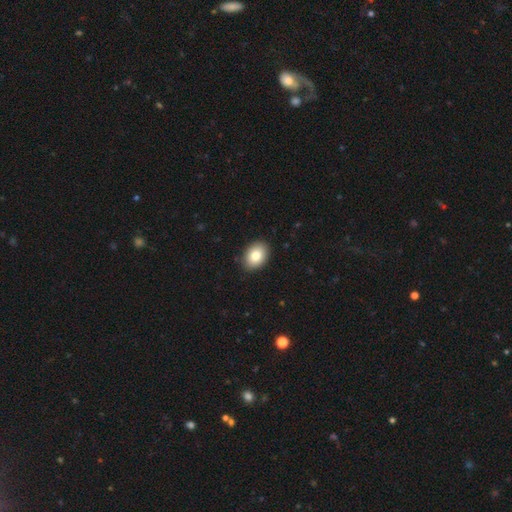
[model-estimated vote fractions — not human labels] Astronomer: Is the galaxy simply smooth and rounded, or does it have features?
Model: smooth — 83%.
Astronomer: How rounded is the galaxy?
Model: in between — 78%.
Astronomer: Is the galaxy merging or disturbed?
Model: none — 89%.